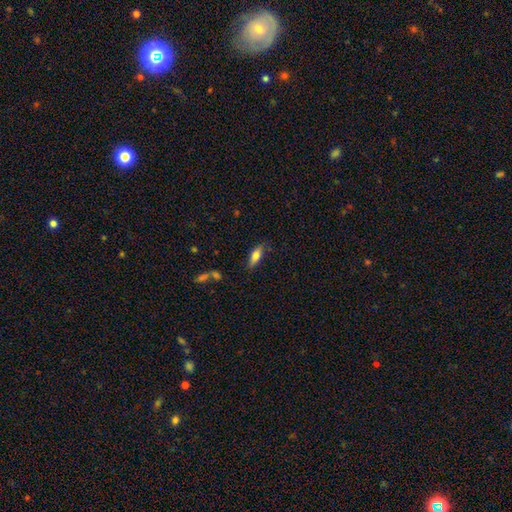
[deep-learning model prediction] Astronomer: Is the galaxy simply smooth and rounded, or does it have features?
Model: smooth — 70%.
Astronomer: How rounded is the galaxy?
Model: in between — 67%.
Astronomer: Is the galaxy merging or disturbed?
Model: none — 78%.